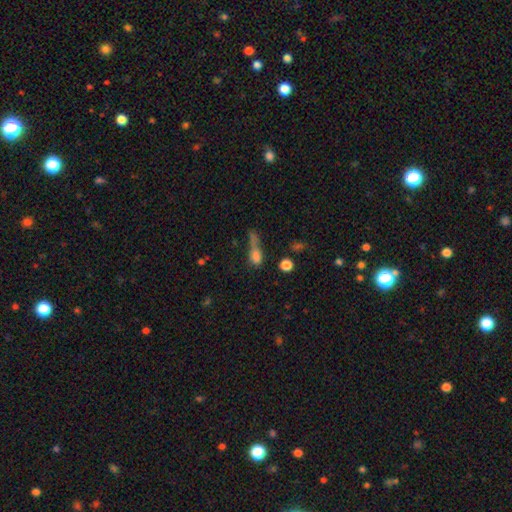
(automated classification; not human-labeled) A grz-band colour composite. It shows a smooth galaxy with no disk features (69%) that is in between round and cigar-shaped (51%). Merging: merger (34%).